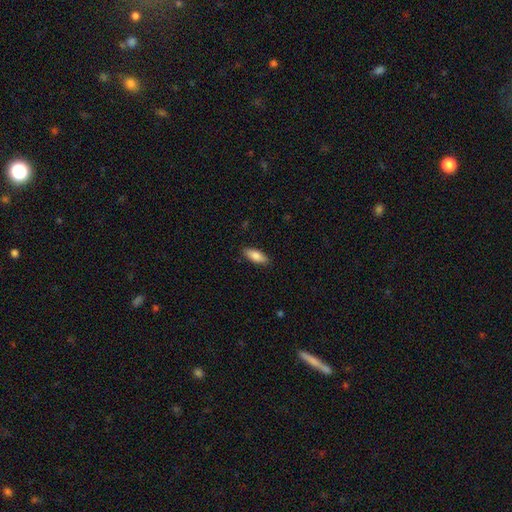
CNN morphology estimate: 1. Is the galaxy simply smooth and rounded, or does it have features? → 83% smooth, 11% featured or disk, 6% star or artifact.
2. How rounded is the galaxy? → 74% in between, 24% cigar-shaped, 2% round.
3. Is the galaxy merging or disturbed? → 88% none, 9% minor disturbance, 2% major disturbance, 1% merger.